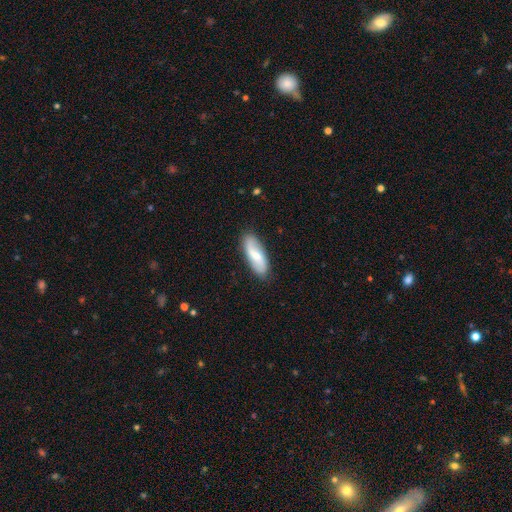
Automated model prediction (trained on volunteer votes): smooth-or-featured: smooth: 48% | featured or disk: 46% | star or artifact: 6%
  merging: none: 83% | minor disturbance: 13% | major disturbance: 3% | merger: 1%